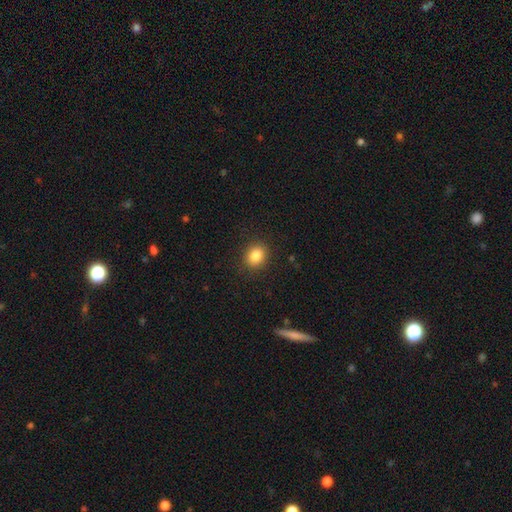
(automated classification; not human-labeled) Smooth or featured: smooth — 84% (star or artifact — 10%)
How rounded: round — 61% (in between — 38%)
Merging: none — 89% (minor disturbance — 7%)